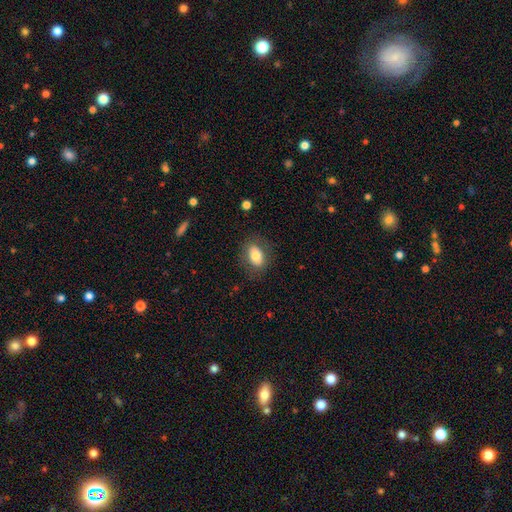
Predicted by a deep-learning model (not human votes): This is likely a smooth galaxy (76%). How rounded: clearly in between (83%). Merging: clearly none (80%).